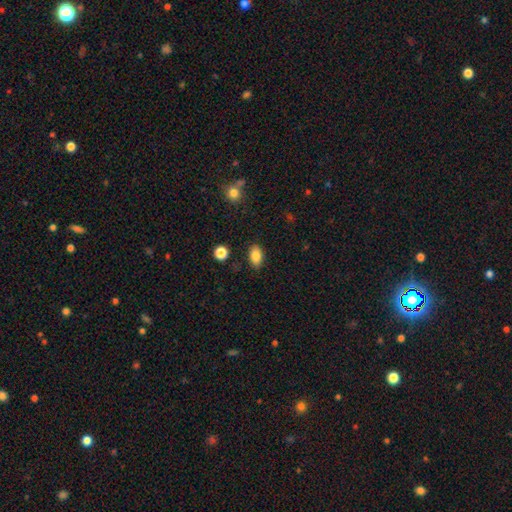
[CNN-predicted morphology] type=smooth (85%); roundness=in between (89%); merging=none (85%).